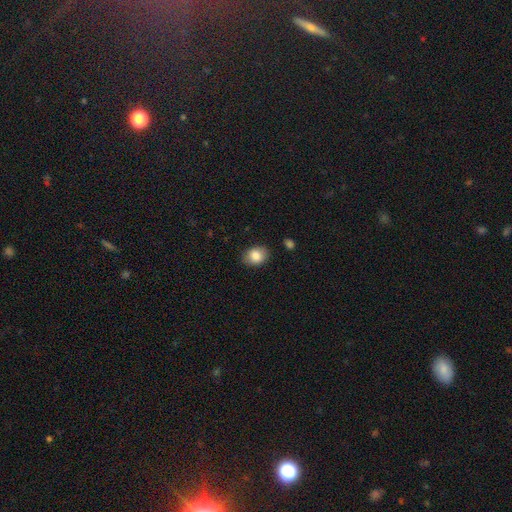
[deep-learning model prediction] Morphology: type=smooth (85%); roundness=in between (58%); merging=none (84%).